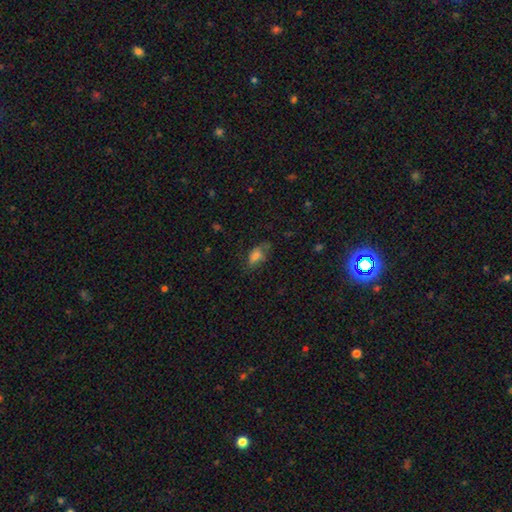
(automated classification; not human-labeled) Smooth or featured?
  - smooth: 71% *
  - featured or disk: 15%
  - star or artifact: 14%
How rounded?
  - in between: 85% *
  - cigar-shaped: 8%
  - round: 7%
Merging?
  - none: 50% *
  - minor disturbance: 30%
  - major disturbance: 18%
  - merger: 3%